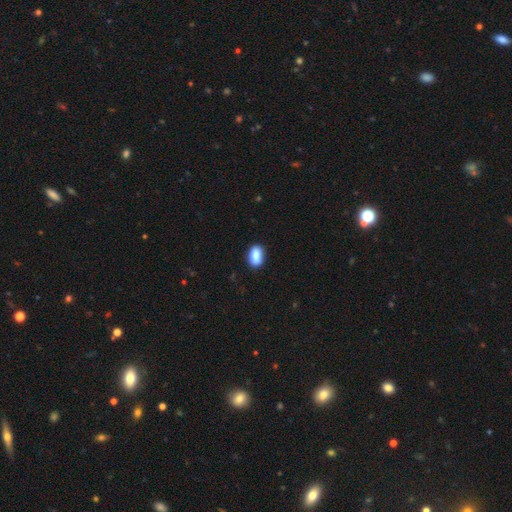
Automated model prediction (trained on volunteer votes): This is clearly a smooth galaxy (87%). How rounded: clearly in between (88%). Merging: clearly none (84%).